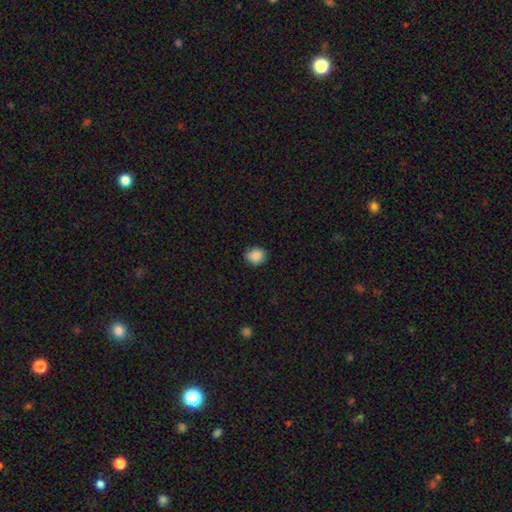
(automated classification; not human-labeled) A smooth galaxy with no disk features (88%) that is round (59%).

Vote fractions:
- Smooth or featured? smooth: 88% / star or artifact: 9% / featured or disk: 3%
- How rounded? round: 59% / in between: 40% / cigar-shaped: 1%
- Merging? none: 84% / minor disturbance: 12% / major disturbance: 2% / merger: 1%